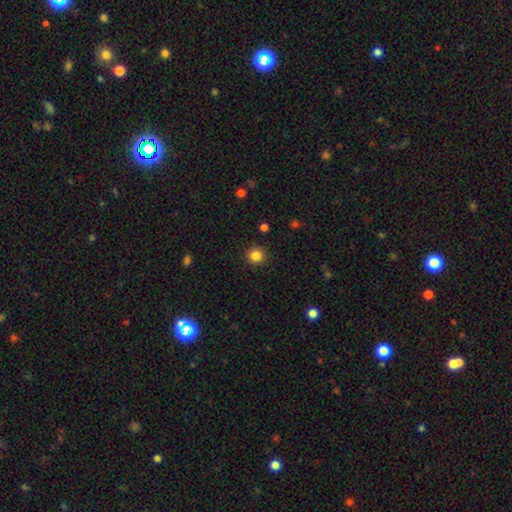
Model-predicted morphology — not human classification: Smooth or featured? smooth (85%)
How rounded? round (94%)
Merging? none (92%)